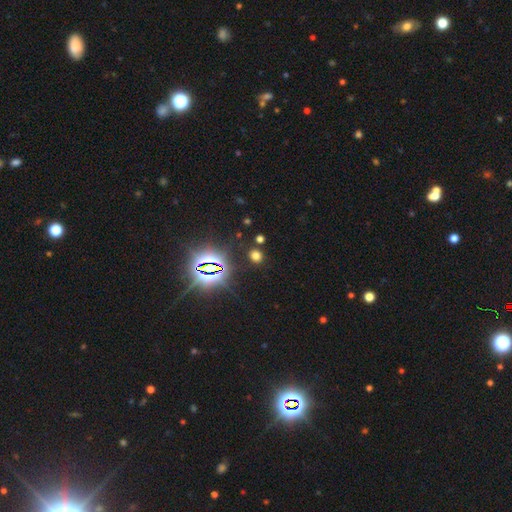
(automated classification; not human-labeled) Q: Smooth or featured?
A: smooth (57%); runner-up: star or artifact (37%)
Q: How rounded?
A: round (66%); runner-up: in between (32%)
Q: Merging?
A: none (85%); runner-up: minor disturbance (8%)